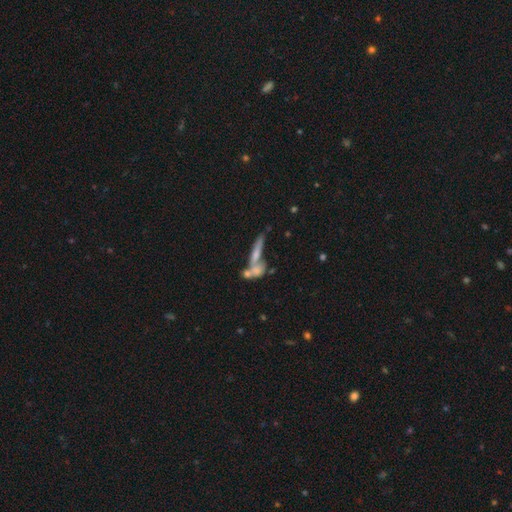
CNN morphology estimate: A featured or disk galaxy (51%) viewed edge-on (54%). Merging: merger (49%).